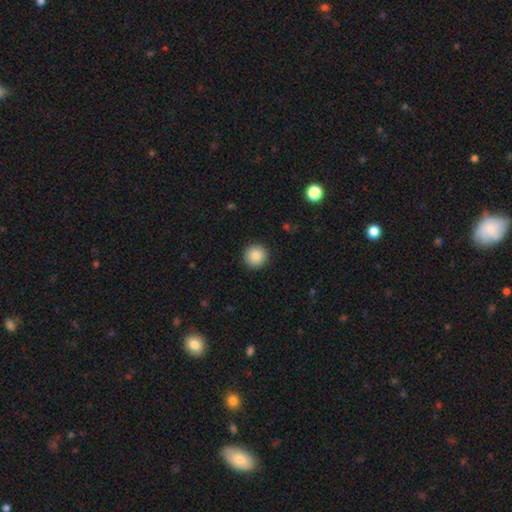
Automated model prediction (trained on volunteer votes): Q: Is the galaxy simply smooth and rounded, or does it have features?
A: smooth — 88%.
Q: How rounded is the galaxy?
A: round — 95%.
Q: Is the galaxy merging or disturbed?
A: none — 92%.